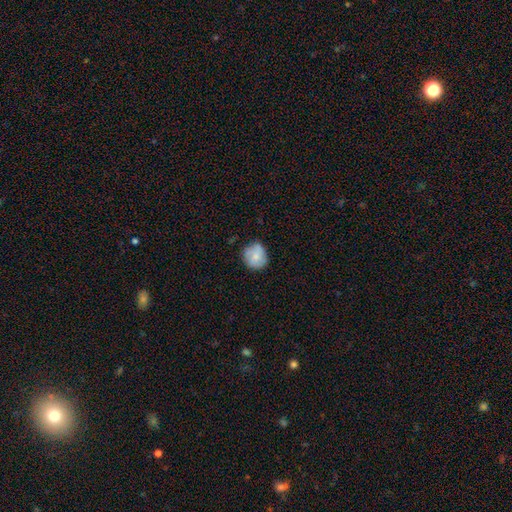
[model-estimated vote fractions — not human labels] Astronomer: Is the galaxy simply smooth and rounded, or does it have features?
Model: smooth — 70%.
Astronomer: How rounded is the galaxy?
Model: round — 84%.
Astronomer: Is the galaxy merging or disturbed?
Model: none — 72%.